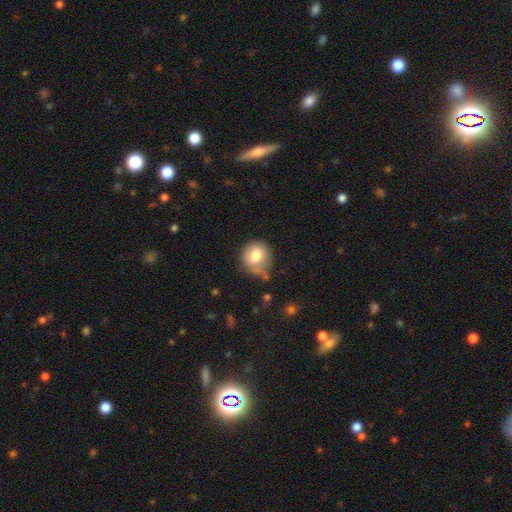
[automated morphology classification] Overall: smooth (78%). How rounded: round (82%). Merging: none (53%; minor disturbance 29%).